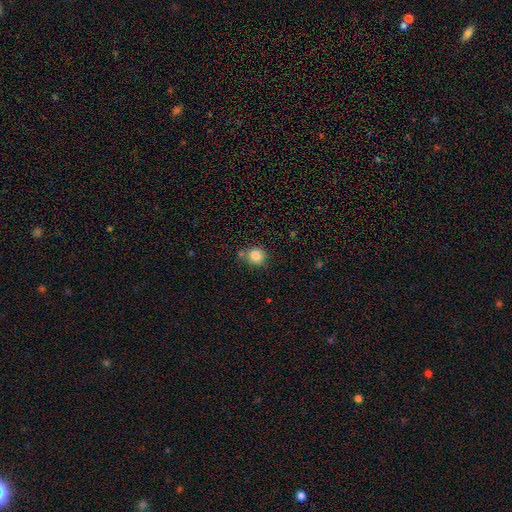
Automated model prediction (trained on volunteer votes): Morphology: type=smooth (83%); roundness=round (90%); merging=none (72%).